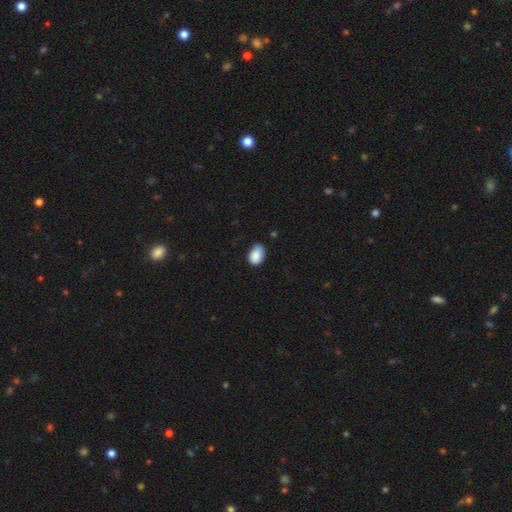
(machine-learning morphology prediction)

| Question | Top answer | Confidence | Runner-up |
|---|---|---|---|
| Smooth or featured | smooth | 88% | star or artifact (7%) |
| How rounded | in between | 87% | round (12%) |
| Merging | none | 65% | minor disturbance (29%) |